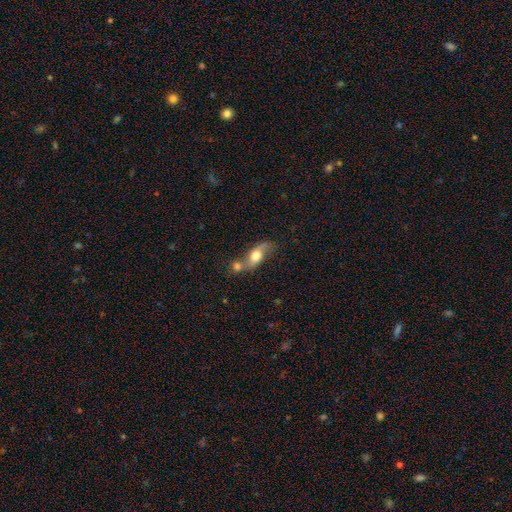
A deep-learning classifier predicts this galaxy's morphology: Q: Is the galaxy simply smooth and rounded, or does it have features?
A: smooth — 47%.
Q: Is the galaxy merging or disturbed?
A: merger — 46%.